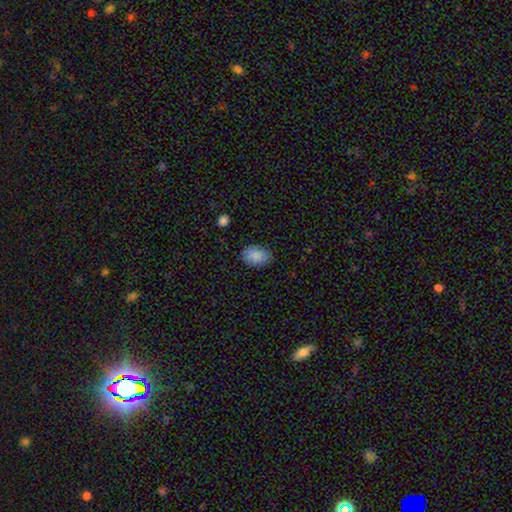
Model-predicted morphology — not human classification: A smooth galaxy with no disk features (87%) that is in between round and cigar-shaped (83%).

Vote fractions:
- Smooth or featured? smooth: 87% / star or artifact: 7% / featured or disk: 6%
- How rounded? in between: 83% / round: 16% / cigar-shaped: 1%
- Merging? none: 85% / minor disturbance: 12% / major disturbance: 3% / merger: 1%